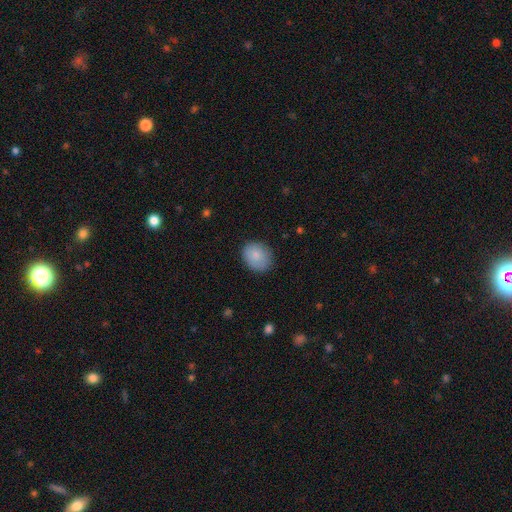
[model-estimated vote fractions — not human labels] Smooth or featured?
  - smooth: 85% *
  - star or artifact: 8%
  - featured or disk: 7%
How rounded?
  - round: 54% *
  - in between: 45%
  - cigar-shaped: 1%
Merging?
  - none: 84% *
  - minor disturbance: 12%
  - major disturbance: 3%
  - merger: 1%